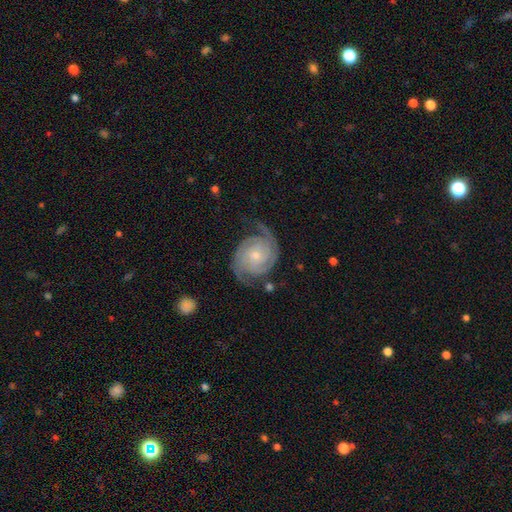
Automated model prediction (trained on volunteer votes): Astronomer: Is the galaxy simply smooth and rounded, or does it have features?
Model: featured or disk — 90%.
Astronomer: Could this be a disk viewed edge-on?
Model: no — 98%.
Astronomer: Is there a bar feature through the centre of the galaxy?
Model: no — 72%.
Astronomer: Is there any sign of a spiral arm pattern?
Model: yes — 98%.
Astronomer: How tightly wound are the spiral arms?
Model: tight — 67%.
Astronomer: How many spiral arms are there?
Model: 2 — 66%.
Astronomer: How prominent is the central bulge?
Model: small — 62%.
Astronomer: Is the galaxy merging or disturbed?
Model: none — 73%.